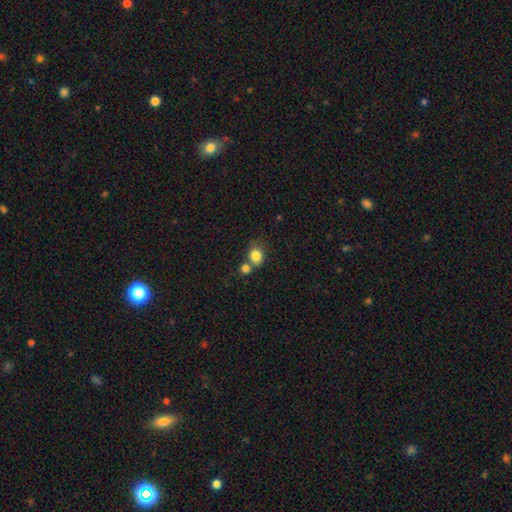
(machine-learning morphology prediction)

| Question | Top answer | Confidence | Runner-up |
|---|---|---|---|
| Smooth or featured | smooth | 83% | star or artifact (10%) |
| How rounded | round | 61% | in between (38%) |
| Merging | none | 45% | merger (38%) |